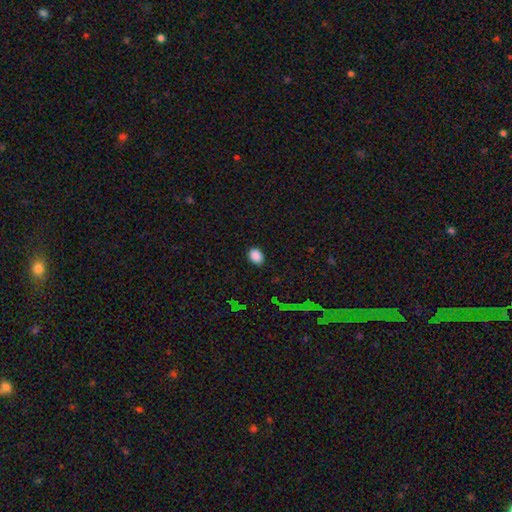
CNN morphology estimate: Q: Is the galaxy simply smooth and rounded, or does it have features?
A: smooth — 88%.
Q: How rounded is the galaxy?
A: in between — 69%.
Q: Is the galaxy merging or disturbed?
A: none — 88%.